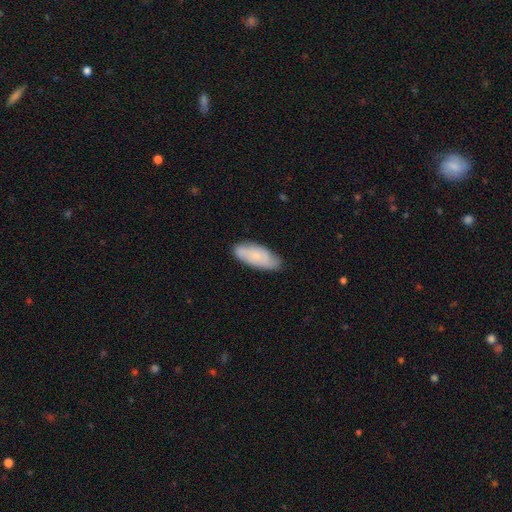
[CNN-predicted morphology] type=smooth (69%); roundness=in between (78%); merging=none (77%).